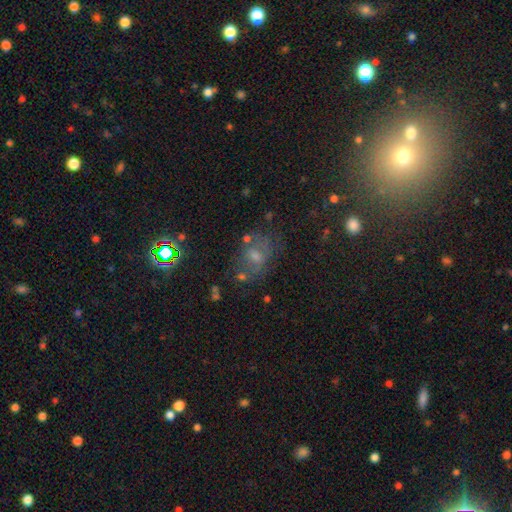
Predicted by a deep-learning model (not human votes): This is marginally a smooth galaxy (38%). Merging: possibly none (53%).